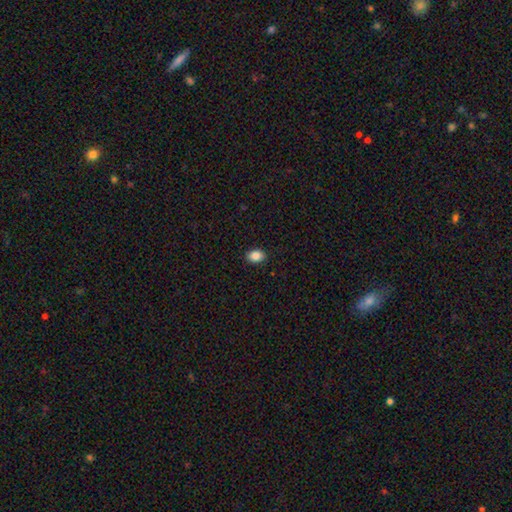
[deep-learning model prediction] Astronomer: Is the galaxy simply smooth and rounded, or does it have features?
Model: smooth — 87%.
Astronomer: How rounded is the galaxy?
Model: in between — 75%.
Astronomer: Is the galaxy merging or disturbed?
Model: none — 91%.